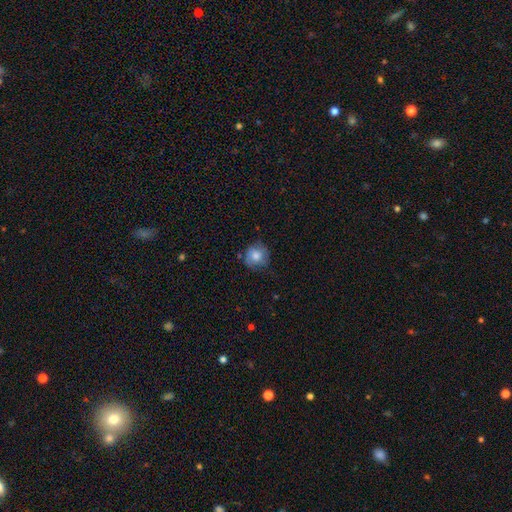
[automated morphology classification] A smooth galaxy with no disk features (70%) that is round (86%). Merging: none (67%).